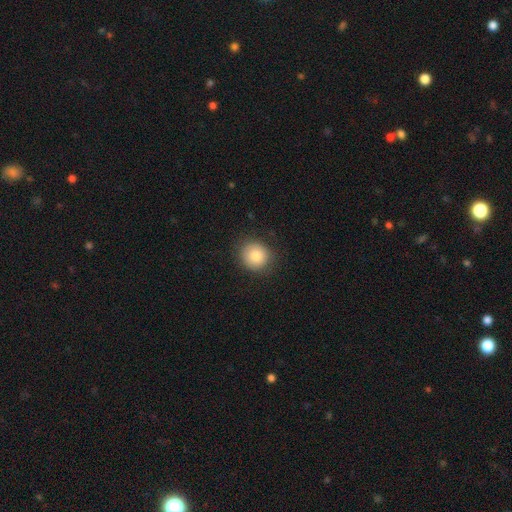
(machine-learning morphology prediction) Overall: smooth (83%). How rounded: round (87%). Merging: none (87%).